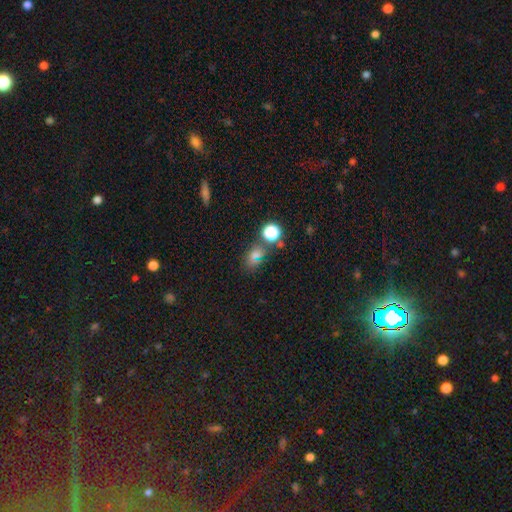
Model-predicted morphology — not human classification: type=smooth (59%); roundness=in between (56%); merging=none (63%).